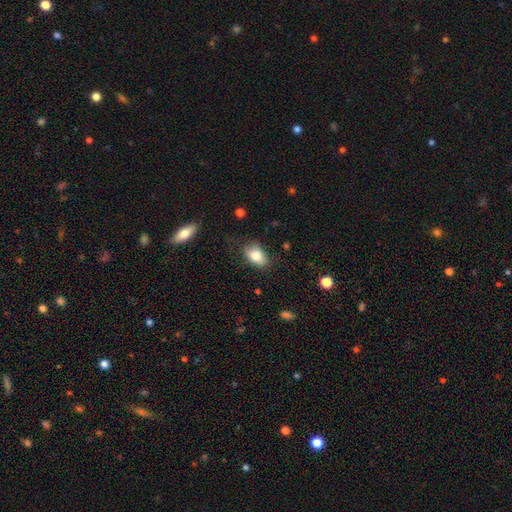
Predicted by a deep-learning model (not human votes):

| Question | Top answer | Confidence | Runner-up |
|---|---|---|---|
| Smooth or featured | smooth | 82% | featured or disk (11%) |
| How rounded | in between | 87% | round (11%) |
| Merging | none | 70% | minor disturbance (22%) |